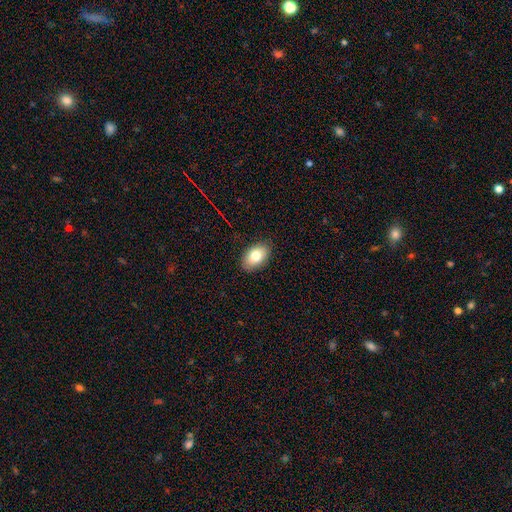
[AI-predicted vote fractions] A smooth galaxy with no disk features (79%) that is in between round and cigar-shaped (91%).

Vote fractions:
- Smooth or featured? smooth: 79% / featured or disk: 14% / star or artifact: 7%
- How rounded? in between: 91% / round: 8% / cigar-shaped: 1%
- Merging? none: 86% / minor disturbance: 11% / major disturbance: 2% / merger: 1%